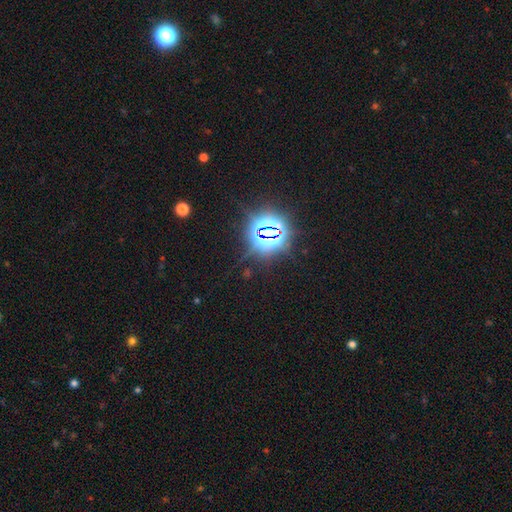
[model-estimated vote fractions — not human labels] Smooth or featured?
  - star or artifact: 85% *
  - smooth: 10%
  - featured or disk: 5%